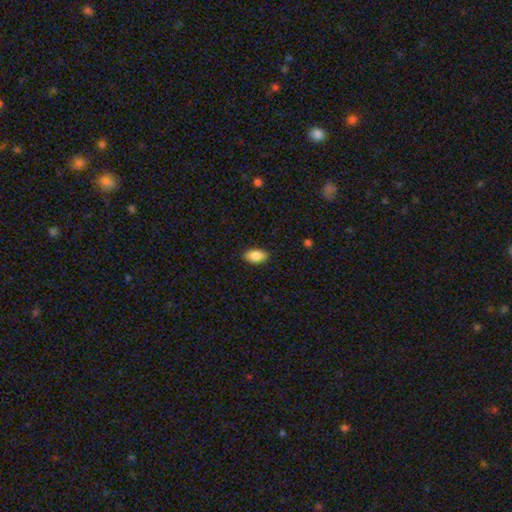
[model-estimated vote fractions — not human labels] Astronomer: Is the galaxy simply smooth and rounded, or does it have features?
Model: smooth — 87%.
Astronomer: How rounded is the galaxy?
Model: in between — 93%.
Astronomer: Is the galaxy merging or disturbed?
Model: none — 88%.